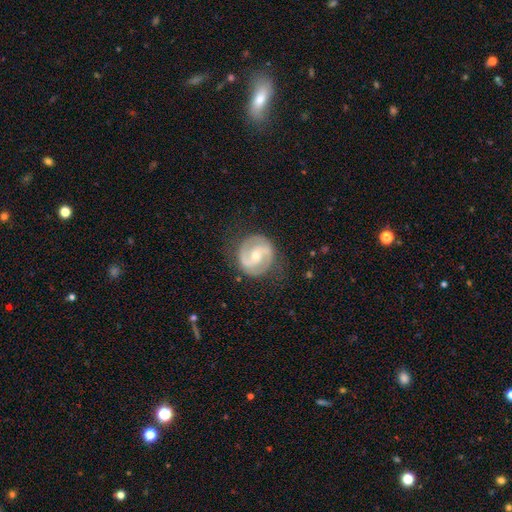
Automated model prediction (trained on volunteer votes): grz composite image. It shows a featured or disk galaxy (84%) with a weak bar (44%), 2 (92%) medium (52%) spiral arms (95%) and a small central bulge (54%). Merging: none (82%).